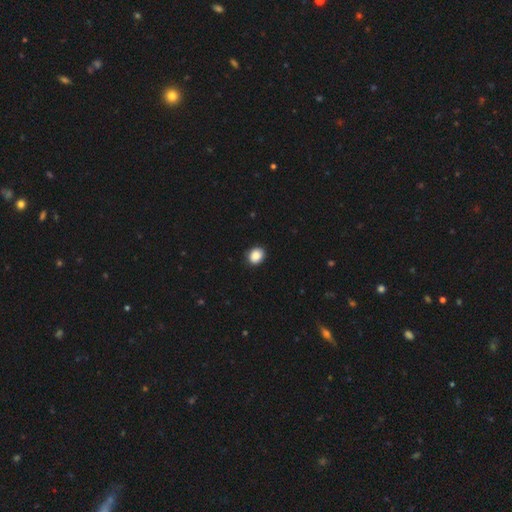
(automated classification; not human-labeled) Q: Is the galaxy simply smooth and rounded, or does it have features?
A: smooth — 88%.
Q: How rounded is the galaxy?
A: round — 56%.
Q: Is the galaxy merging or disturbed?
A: none — 89%.